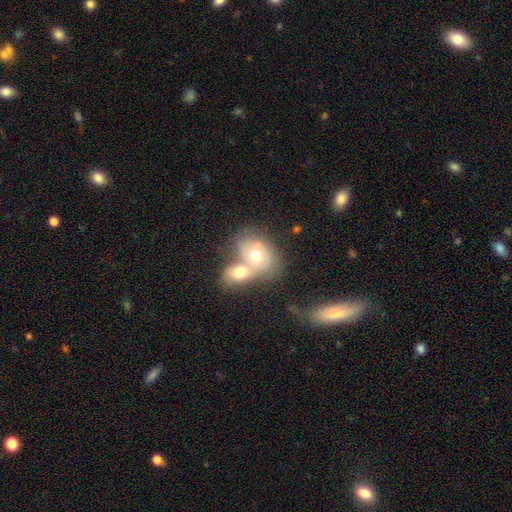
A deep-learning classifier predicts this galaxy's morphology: Smooth or featured?
  - smooth: 54% *
  - featured or disk: 38%
  - star or artifact: 8%
How rounded?
  - in between: 57% *
  - round: 41%
  - cigar-shaped: 1%
Merging?
  - merger: 70% *
  - none: 17%
  - minor disturbance: 7%
  - major disturbance: 6%